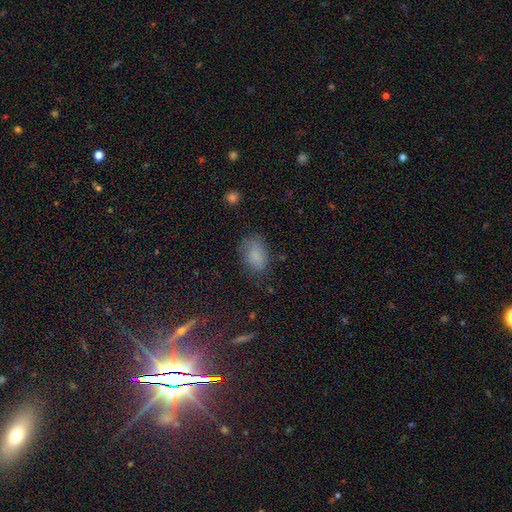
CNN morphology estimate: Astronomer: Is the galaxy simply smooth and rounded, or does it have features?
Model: smooth — 77%.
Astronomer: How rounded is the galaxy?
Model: in between — 86%.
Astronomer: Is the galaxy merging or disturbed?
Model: none — 69%.